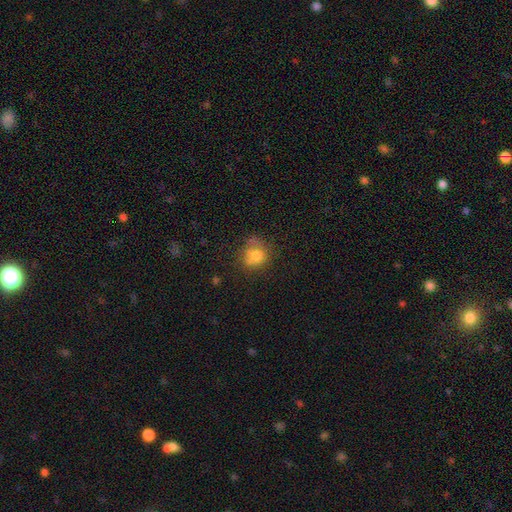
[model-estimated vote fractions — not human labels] The model was most divided on "merging": none: 46%, minor disturbance: 24%, merger: 15%, major disturbance: 15%. More confident: how rounded — round (71%); smooth or featured — smooth (70%).